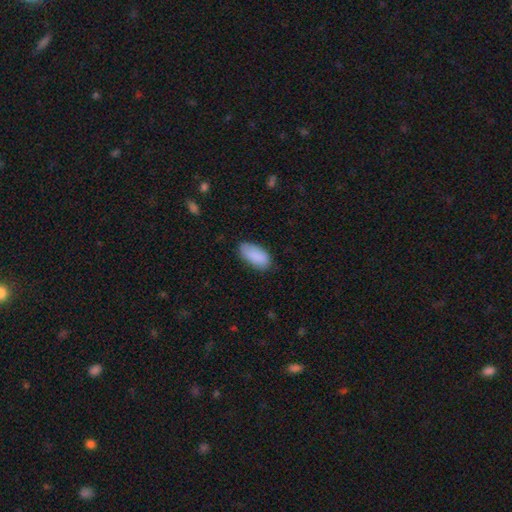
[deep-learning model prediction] A smooth galaxy with no disk features (89%) that is in between round and cigar-shaped (93%). Merging: none (80%).